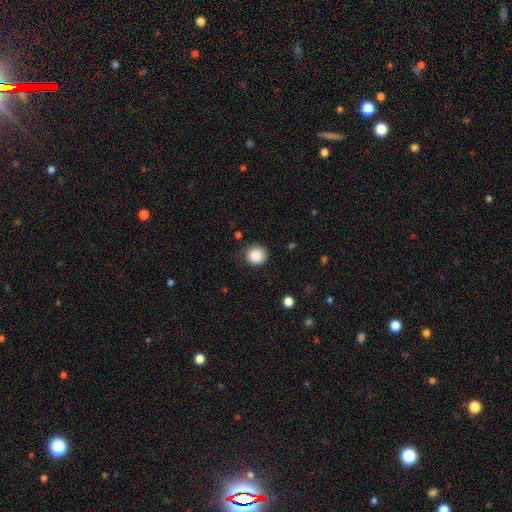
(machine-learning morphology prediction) Q: Smooth or featured?
A: smooth (88%); runner-up: star or artifact (9%)
Q: How rounded?
A: round (91%); runner-up: in between (8%)
Q: Merging?
A: none (82%); runner-up: minor disturbance (14%)